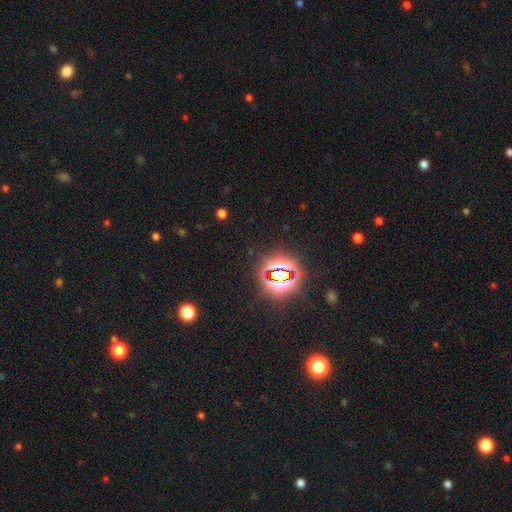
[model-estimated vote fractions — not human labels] Morphology: type=star or artifact (82%).